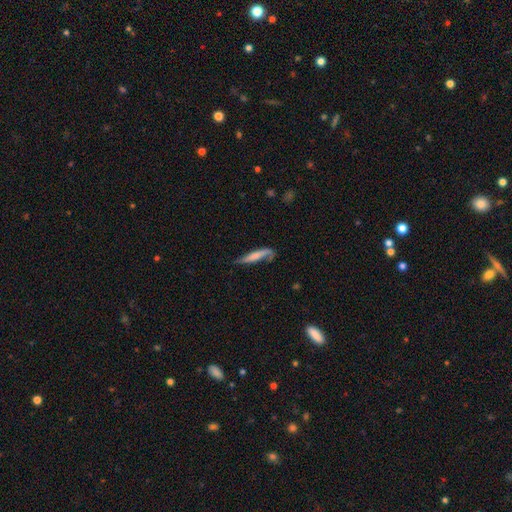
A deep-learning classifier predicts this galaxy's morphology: A smooth galaxy with no disk features (58%) that is cigar-shaped (84%). Merging: none (47%).